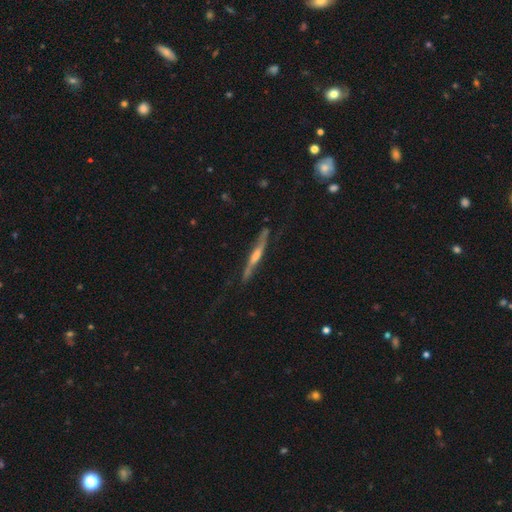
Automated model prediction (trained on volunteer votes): Smooth or featured? Predicted: featured or disk (p=0.71). Edge-on disk? Predicted: yes (p=0.90). Edge-on bulge? Predicted: rounded (p=0.47). Merging? Predicted: none (p=0.73).